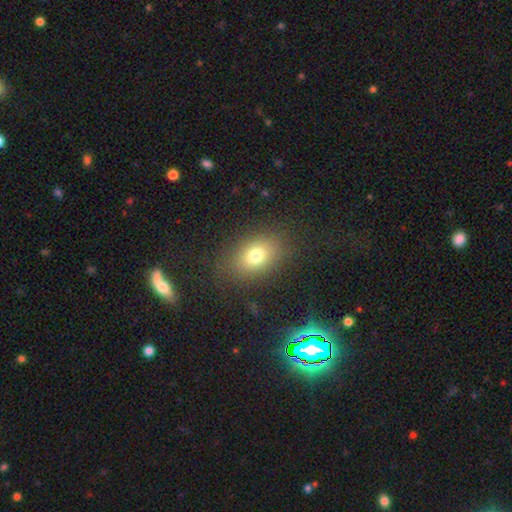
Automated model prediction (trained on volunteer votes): A smooth galaxy with no disk features (75%) that is in between round and cigar-shaped (74%).

Vote fractions:
- Smooth or featured? smooth: 75% / star or artifact: 13% / featured or disk: 12%
- How rounded? in between: 74% / round: 25% / cigar-shaped: 2%
- Merging? none: 82% / minor disturbance: 11% / major disturbance: 6% / merger: 1%